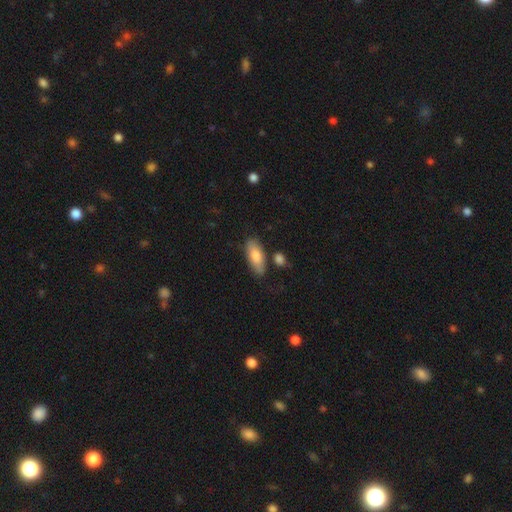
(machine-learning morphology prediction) This appears to be a smooth galaxy with no disk features (78%) that is in between round and cigar-shaped (81%). Merging: none (76%).